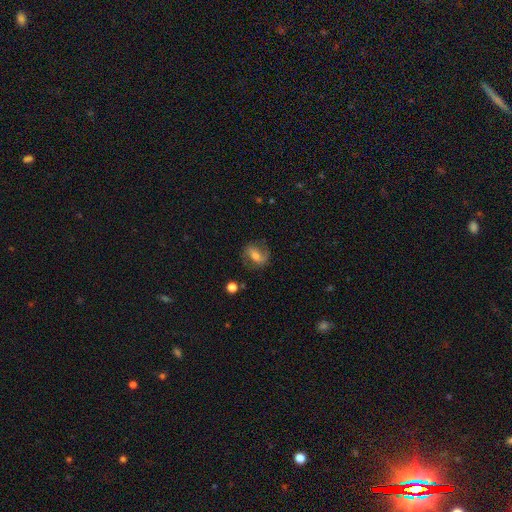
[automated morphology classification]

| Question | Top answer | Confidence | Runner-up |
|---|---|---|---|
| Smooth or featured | featured or disk | 58% | smooth (33%) |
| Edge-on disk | no | 94% | yes (6%) |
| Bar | weak | 38% | strong (34%) |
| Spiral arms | yes | 82% | no (18%) |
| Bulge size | moderate | 53% | small (35%) |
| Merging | none | 72% | minor disturbance (17%) |